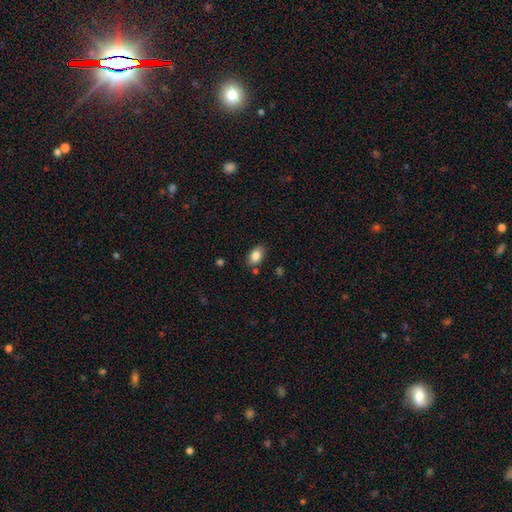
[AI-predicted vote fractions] Morphology: type=smooth (84%); roundness=in between (86%); merging=none (81%).